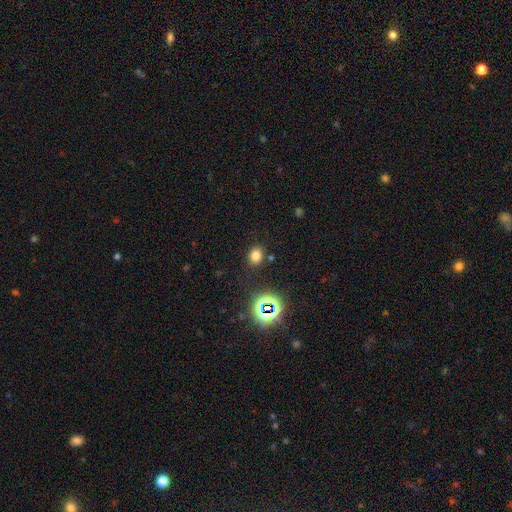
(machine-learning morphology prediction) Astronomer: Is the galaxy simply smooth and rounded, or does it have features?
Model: smooth — 73%.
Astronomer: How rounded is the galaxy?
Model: in between — 50% (runner-up: round, 49%).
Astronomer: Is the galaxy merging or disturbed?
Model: none — 83%.